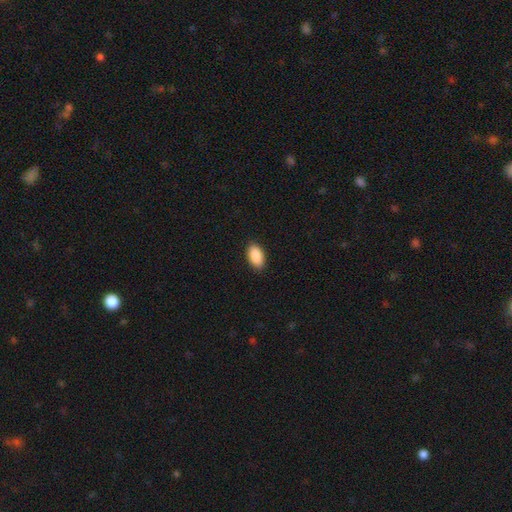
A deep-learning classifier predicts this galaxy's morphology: Smooth or featured?
  - smooth: 90% *
  - star or artifact: 7%
  - featured or disk: 3%
How rounded?
  - in between: 94% *
  - round: 3%
  - cigar-shaped: 2%
Merging?
  - none: 89% *
  - minor disturbance: 8%
  - major disturbance: 2%
  - merger: 1%